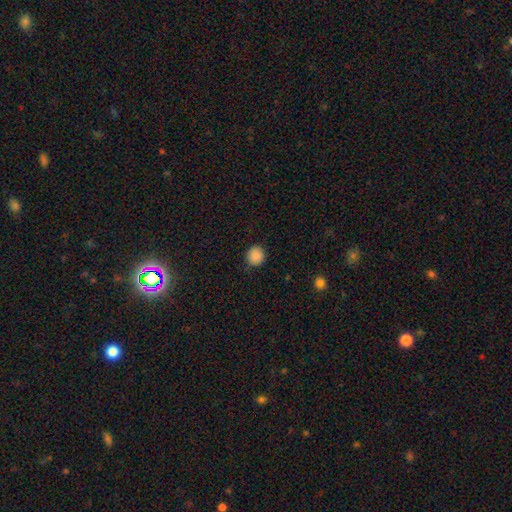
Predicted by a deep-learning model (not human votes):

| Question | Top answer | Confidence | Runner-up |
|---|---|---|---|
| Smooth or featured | smooth | 88% | star or artifact (9%) |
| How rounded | round | 89% | in between (10%) |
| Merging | none | 86% | minor disturbance (10%) |